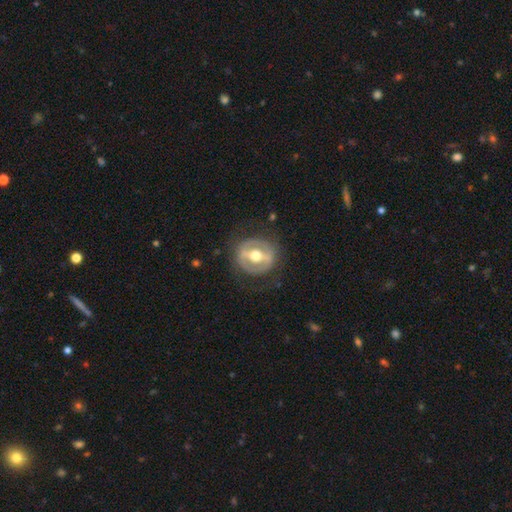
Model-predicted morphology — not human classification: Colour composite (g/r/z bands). It shows a featured or disk galaxy (70%) with a strong bar (61%), no spiral arms (79%) and a moderate central bulge (77%). Merging: none (80%).